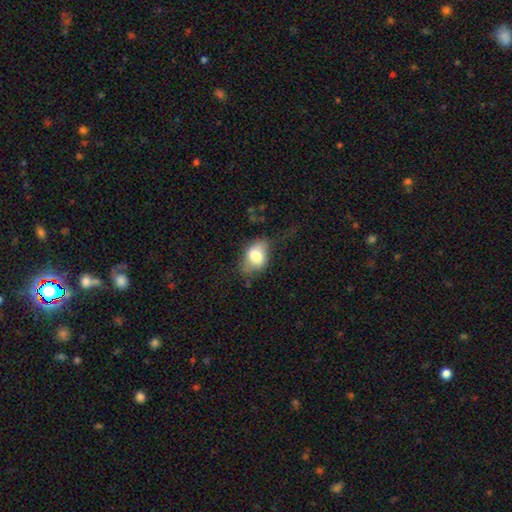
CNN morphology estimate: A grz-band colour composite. It shows a smooth galaxy with no disk features (73%) that is in between round and cigar-shaped (79%). Merging: none (48%).